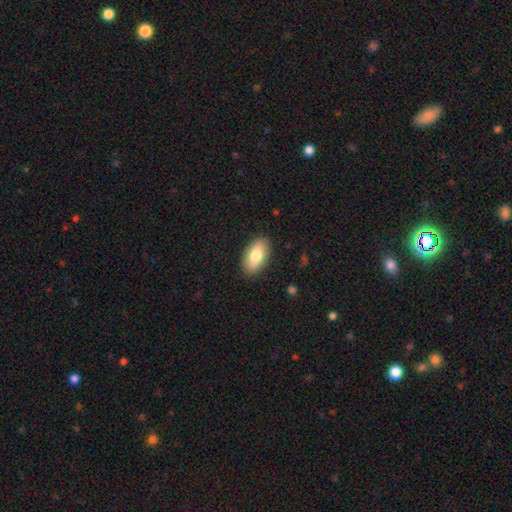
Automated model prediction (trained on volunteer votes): Smooth or featured: smooth — 80% (featured or disk — 13%)
How rounded: in between — 93% (round — 3%)
Merging: none — 88% (minor disturbance — 8%)